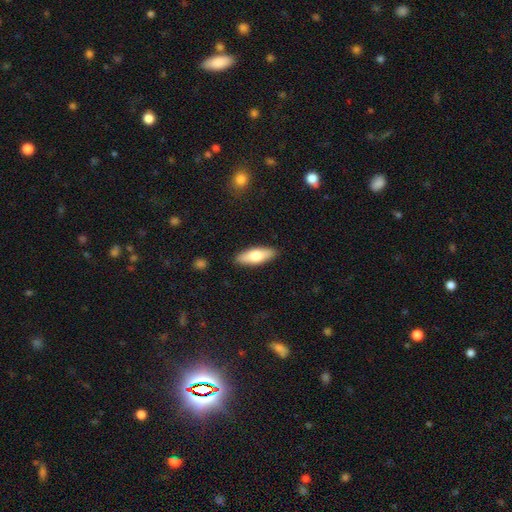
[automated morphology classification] smooth 69%, featured or disk 25%, star or artifact 6%. Down the decision tree: how rounded — in between (64%); merging — none (88%).